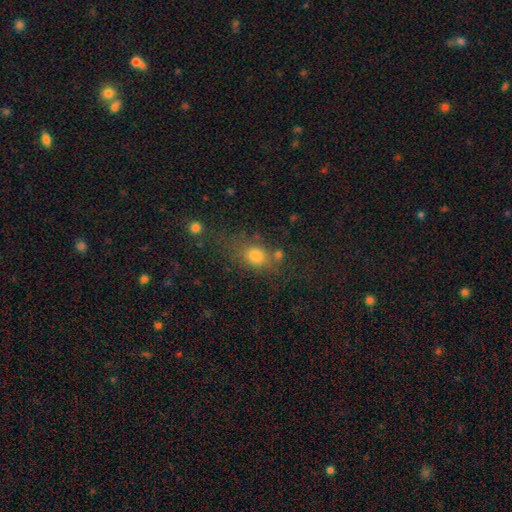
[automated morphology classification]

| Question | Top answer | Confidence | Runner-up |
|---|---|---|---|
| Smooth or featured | smooth | 74% | star or artifact (16%) |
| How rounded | round | 49% | in between (46%) |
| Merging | none | 58% | minor disturbance (17%) |